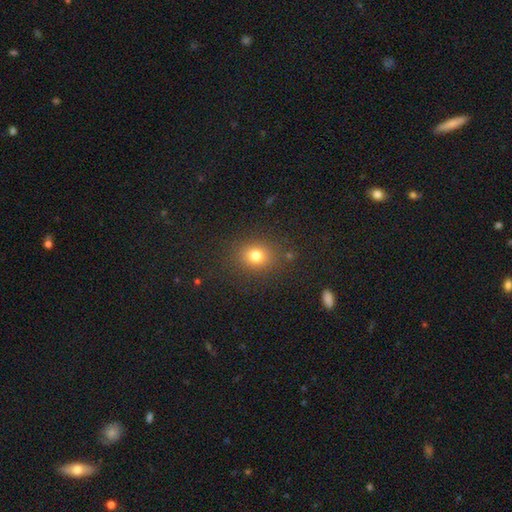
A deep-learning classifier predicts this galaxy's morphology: Smooth or featured? Predicted: smooth (p=0.77). How rounded? Predicted: round (p=0.69). Merging? Predicted: none (p=0.85).